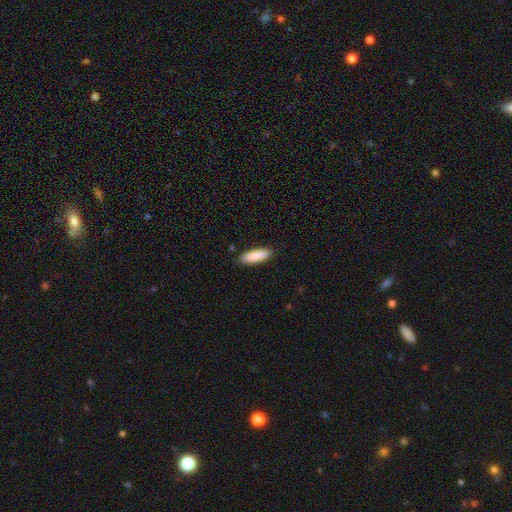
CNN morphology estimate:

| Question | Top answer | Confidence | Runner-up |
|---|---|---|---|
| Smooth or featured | smooth | 88% | featured or disk (6%) |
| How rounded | in between | 54% | cigar-shaped (44%) |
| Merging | none | 89% | minor disturbance (8%) |